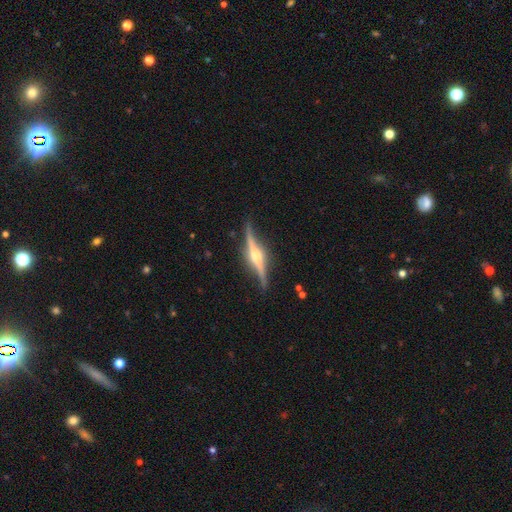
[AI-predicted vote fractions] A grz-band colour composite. It shows a featured or disk galaxy (84%) viewed edge-on (95%) with a rounded central bulge (87%). Merging: none (83%).